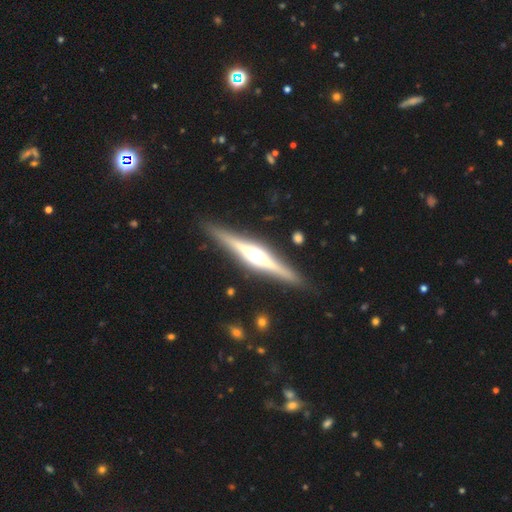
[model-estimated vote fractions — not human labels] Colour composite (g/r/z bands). It shows a featured or disk galaxy (82%) viewed edge-on (98%) with a rounded central bulge (90%). Merging: none (90%).